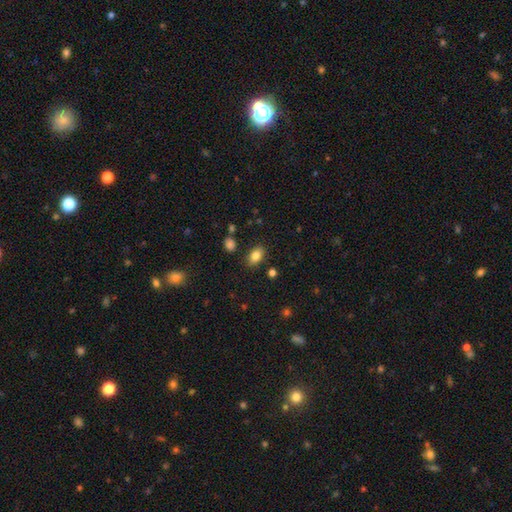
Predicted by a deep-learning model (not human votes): The model was most divided on "merging": none: 84%, minor disturbance: 10%, merger: 3%, major disturbance: 3%. More confident: how rounded — in between (88%); smooth or featured — smooth (84%).